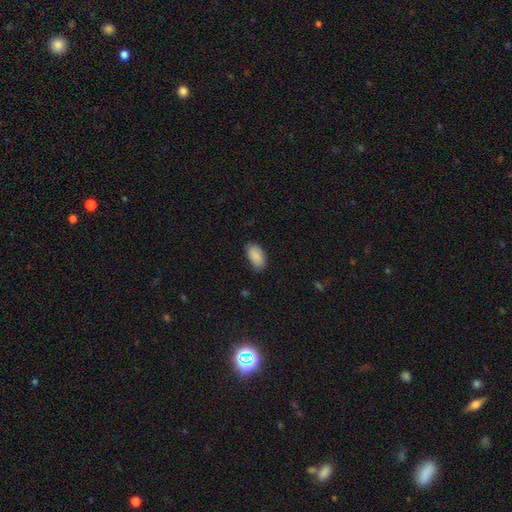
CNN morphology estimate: type=smooth (88%); roundness=in between (94%); merging=none (74%).